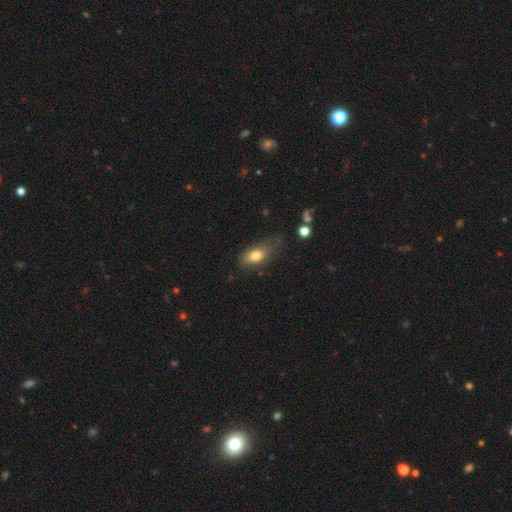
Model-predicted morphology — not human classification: This is likely a smooth galaxy (76%). How rounded: clearly in between (86%). Merging: possibly none (53%).